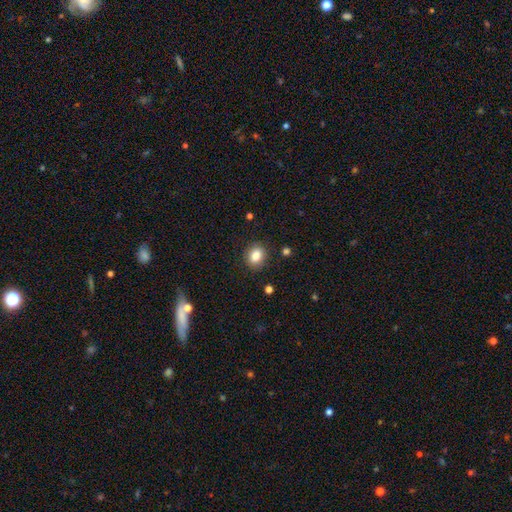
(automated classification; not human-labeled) smooth_or_featured: smooth (p=0.85) [alt: star or artifact p=0.09]
how_rounded: round (p=0.53) [alt: in between p=0.46]
merging: none (p=0.87) [alt: minor disturbance p=0.09]